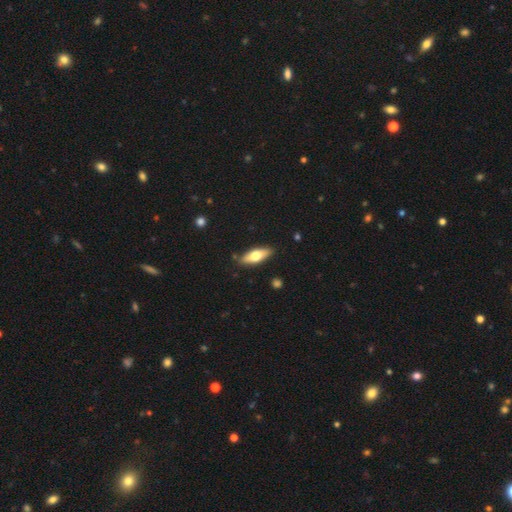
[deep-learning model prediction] smooth_or_featured: smooth (p=0.61) [alt: featured or disk p=0.33]
how_rounded: in between (p=0.65) [alt: cigar-shaped p=0.32]
merging: none (p=0.86) [alt: minor disturbance p=0.10]